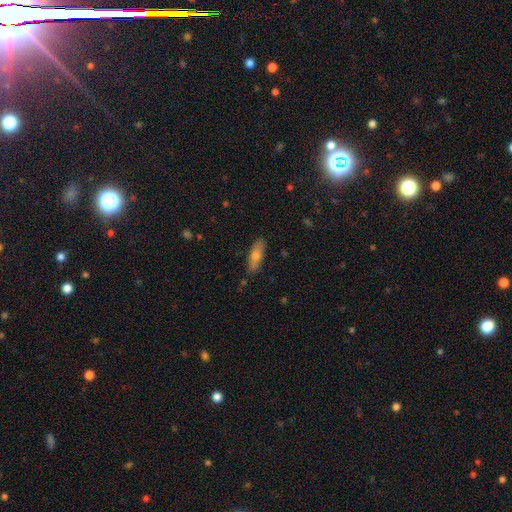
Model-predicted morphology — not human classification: A smooth galaxy with no disk features (63%) that is in between round and cigar-shaped (52%).

Vote fractions:
- Smooth or featured? smooth: 63% / featured or disk: 29% / star or artifact: 8%
- How rounded? in between: 52% / cigar-shaped: 45% / round: 3%
- Merging? none: 83% / minor disturbance: 13% / major disturbance: 2% / merger: 2%